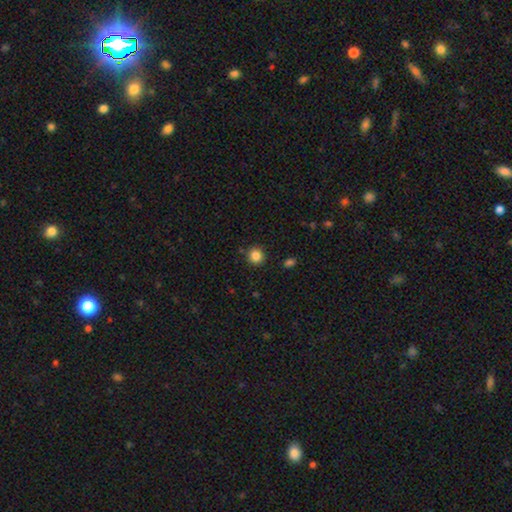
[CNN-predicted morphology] Smooth or featured?
  - smooth: 85% *
  - star or artifact: 11%
  - featured or disk: 4%
How rounded?
  - round: 92% *
  - in between: 7%
  - cigar-shaped: 1%
Merging?
  - none: 89% *
  - minor disturbance: 7%
  - merger: 2%
  - major disturbance: 2%